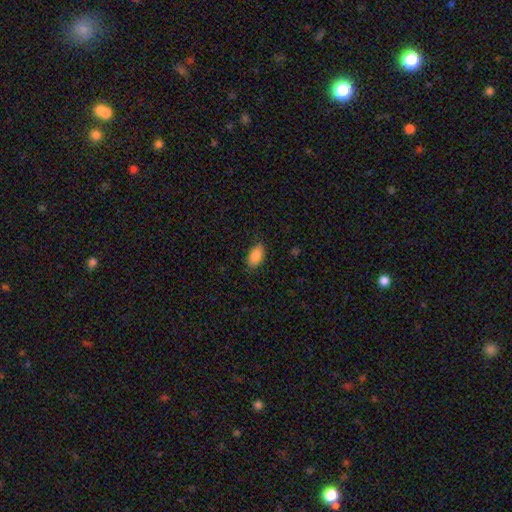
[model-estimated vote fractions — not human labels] A smooth galaxy with no disk features (87%) that is in between round and cigar-shaped (93%).

Vote fractions:
- Smooth or featured? smooth: 87% / star or artifact: 7% / featured or disk: 5%
- How rounded? in between: 93% / round: 4% / cigar-shaped: 2%
- Merging? none: 84% / minor disturbance: 12% / major disturbance: 3% / merger: 1%